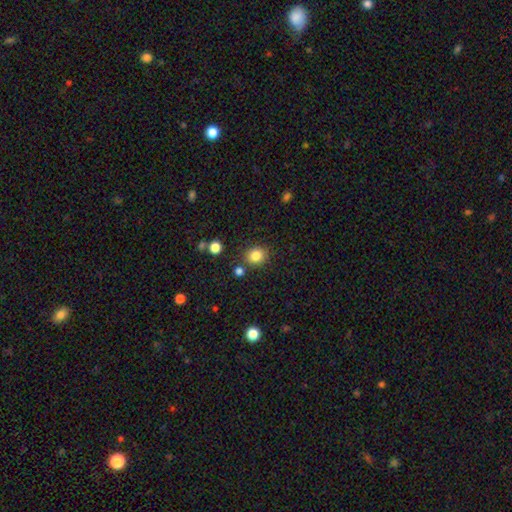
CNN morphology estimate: Smooth or featured? Predicted: smooth (p=0.84). How rounded? Predicted: round (p=0.71). Merging? Predicted: none (p=0.81).